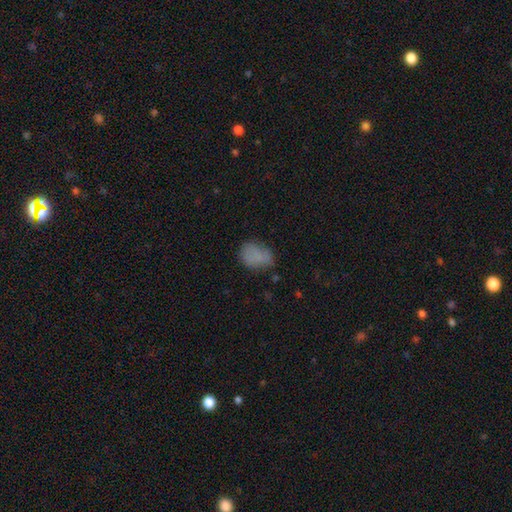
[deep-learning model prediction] This is likely a smooth galaxy (79%). How rounded: likely in between (72%). Merging: possibly none (57%).